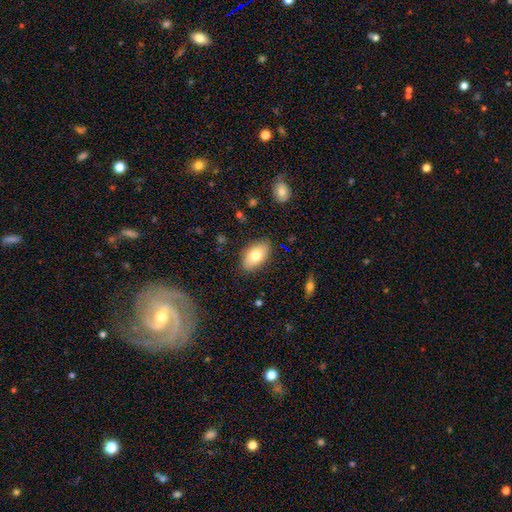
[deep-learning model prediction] Smooth or featured? smooth (78%)
How rounded? in between (93%)
Merging? none (85%)